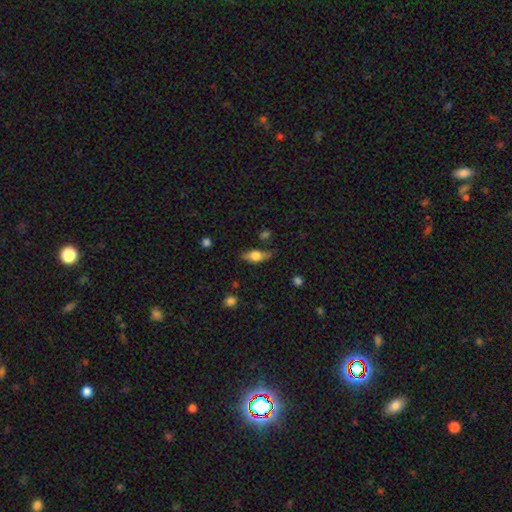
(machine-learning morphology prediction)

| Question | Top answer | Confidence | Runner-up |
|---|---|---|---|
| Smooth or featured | smooth | 57% | featured or disk (36%) |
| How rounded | in between | 74% | cigar-shaped (19%) |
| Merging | none | 70% | minor disturbance (22%) |